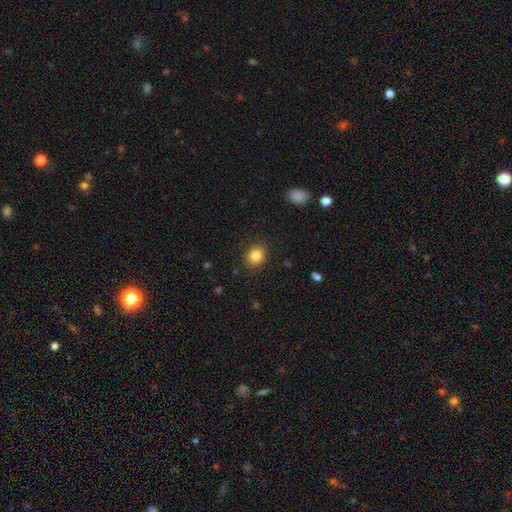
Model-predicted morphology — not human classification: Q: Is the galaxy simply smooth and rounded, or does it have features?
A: smooth — 83%.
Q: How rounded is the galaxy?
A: round — 68%.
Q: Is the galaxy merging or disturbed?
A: none — 88%.